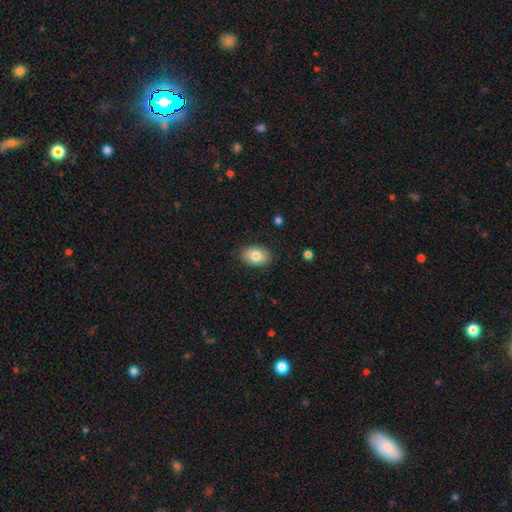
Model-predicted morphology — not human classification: Smooth or featured? smooth (82%)
How rounded? in between (83%)
Merging? none (87%)